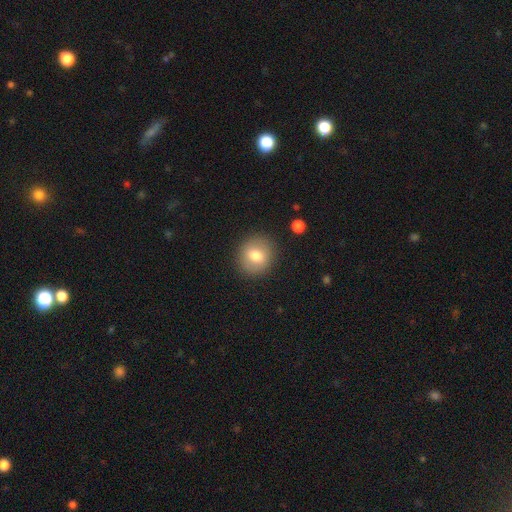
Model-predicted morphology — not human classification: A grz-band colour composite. It shows a smooth galaxy with no disk features (75%) that is round (82%). Merging: none (88%).